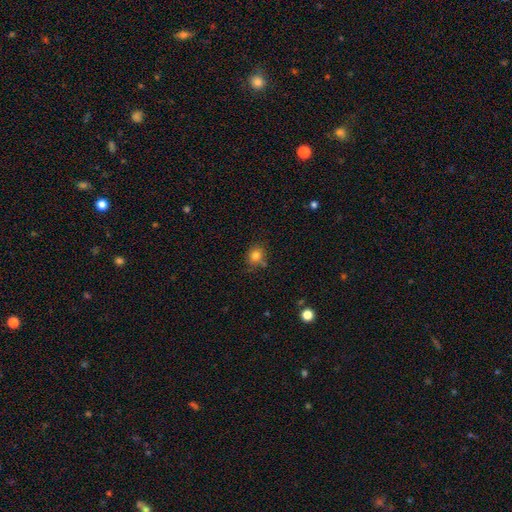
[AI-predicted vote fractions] smooth 81%, star or artifact 12%, featured or disk 7%. Down the decision tree: how rounded — round (76%); merging — none (72%).